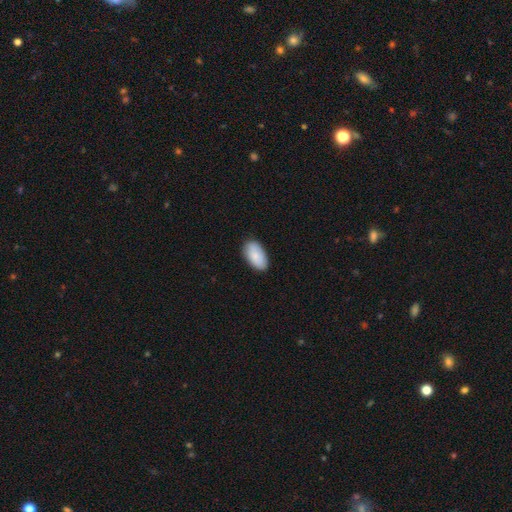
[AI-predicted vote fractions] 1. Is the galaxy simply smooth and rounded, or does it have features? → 86% smooth, 8% featured or disk, 6% star or artifact.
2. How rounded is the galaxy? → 95% in between, 3% round, 2% cigar-shaped.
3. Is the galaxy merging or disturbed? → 86% none, 11% minor disturbance, 2% major disturbance, 1% merger.